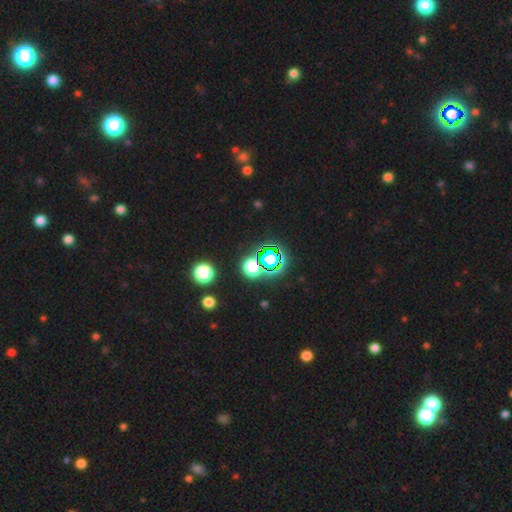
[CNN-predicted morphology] A star or artifact, not a galaxy (74%).

Vote fractions:
- Smooth or featured? star or artifact: 74% / smooth: 19% / featured or disk: 7%